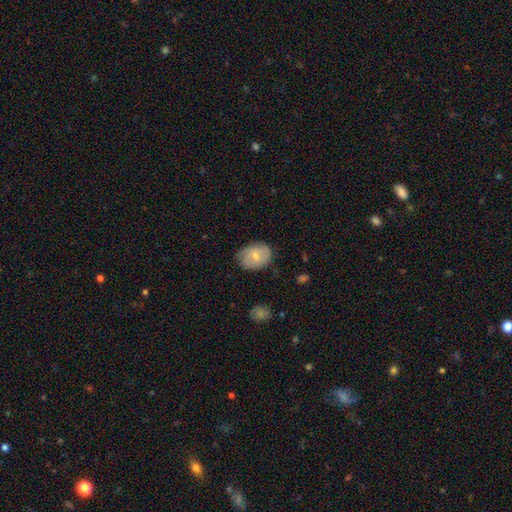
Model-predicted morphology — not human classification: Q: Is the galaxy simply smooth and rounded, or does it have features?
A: smooth — 68%.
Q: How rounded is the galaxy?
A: in between — 64%.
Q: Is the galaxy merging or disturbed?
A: none — 73%.